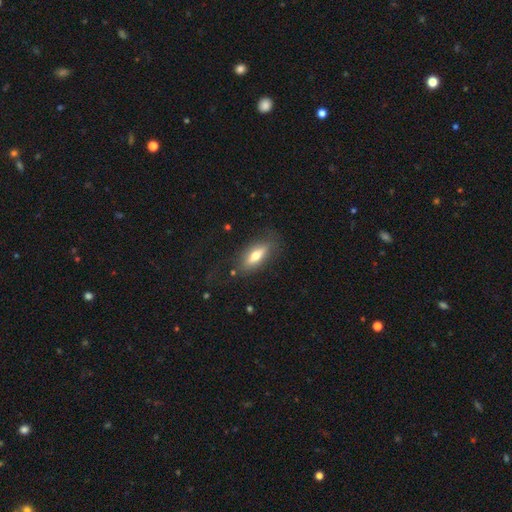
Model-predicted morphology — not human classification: smooth-or-featured: smooth: 57% | featured or disk: 36% | star or artifact: 7%
  how-rounded: in between: 61% | cigar-shaped: 36% | round: 4%
  merging: none: 76% | minor disturbance: 15% | major disturbance: 7% | merger: 2%